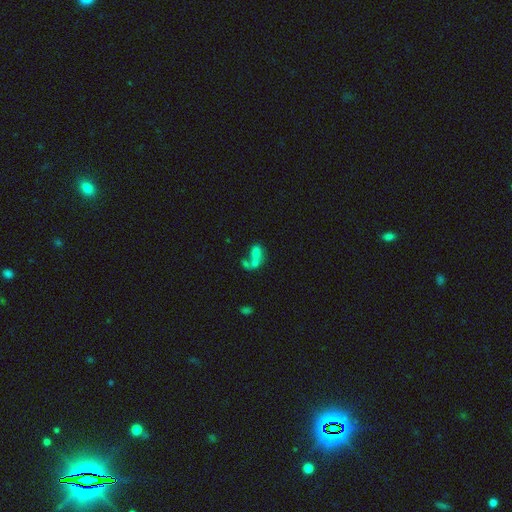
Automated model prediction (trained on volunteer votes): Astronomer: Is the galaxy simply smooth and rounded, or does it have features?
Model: smooth — 59%.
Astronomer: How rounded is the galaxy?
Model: in between — 79%.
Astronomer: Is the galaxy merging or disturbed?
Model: merger — 64%.